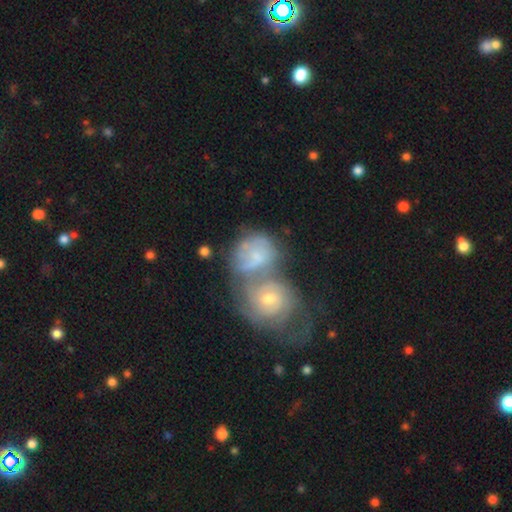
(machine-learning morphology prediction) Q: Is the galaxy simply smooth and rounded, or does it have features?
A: featured or disk — 64%.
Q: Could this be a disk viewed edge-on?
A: no — 97%.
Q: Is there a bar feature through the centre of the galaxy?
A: no — 68%.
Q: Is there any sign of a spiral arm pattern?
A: yes — 81%.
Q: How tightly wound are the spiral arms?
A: tight — 61%.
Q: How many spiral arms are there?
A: can't tell — 42%.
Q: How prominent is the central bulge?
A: small — 44%.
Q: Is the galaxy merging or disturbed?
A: merger — 66%.